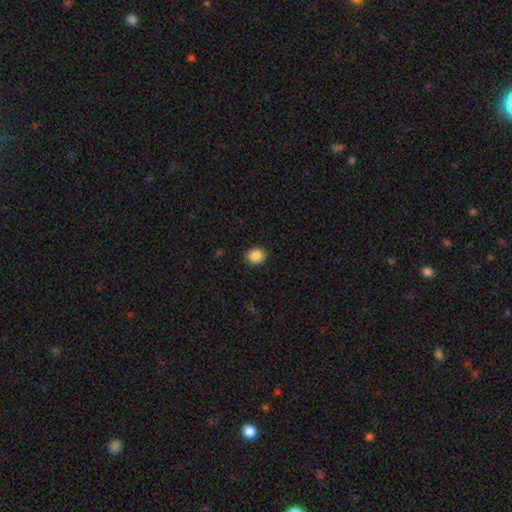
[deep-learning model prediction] smooth 87%, star or artifact 9%, featured or disk 4%. Down the decision tree: how rounded — round (72%); merging — none (90%).